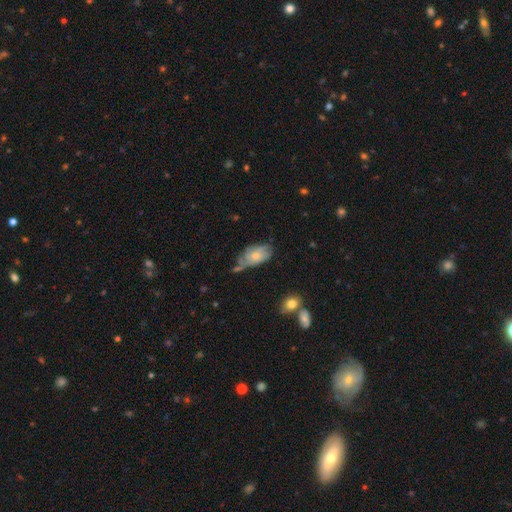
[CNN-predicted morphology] A smooth galaxy with no disk features (53%) that is in between round and cigar-shaped (92%).

Vote fractions:
- Smooth or featured? smooth: 53% / featured or disk: 40% / star or artifact: 7%
- How rounded? in between: 92% / round: 6% / cigar-shaped: 3%
- Merging? none: 39% / minor disturbance: 34% / major disturbance: 16% / merger: 11%